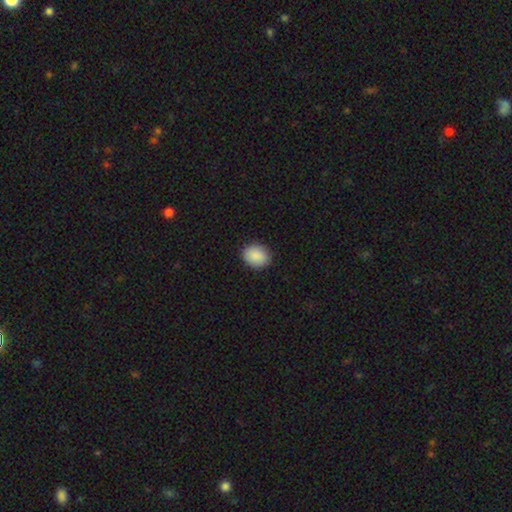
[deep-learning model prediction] Smooth or featured: smooth — 90% (star or artifact — 7%)
How rounded: round — 54% (in between — 45%)
Merging: none — 89% (minor disturbance — 8%)